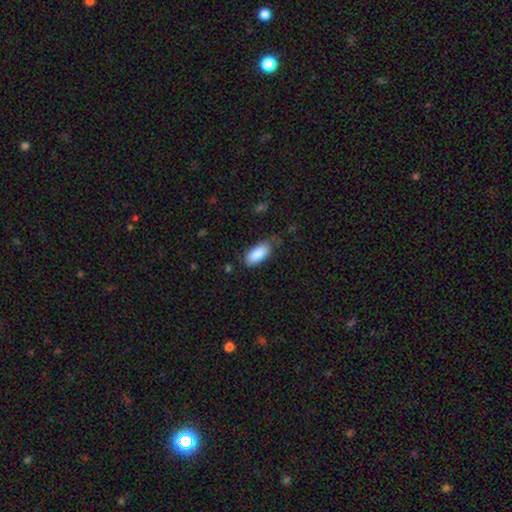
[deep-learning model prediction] Smooth or featured? Predicted: smooth (p=0.88). How rounded? Predicted: in between (p=0.90). Merging? Predicted: none (p=0.73).